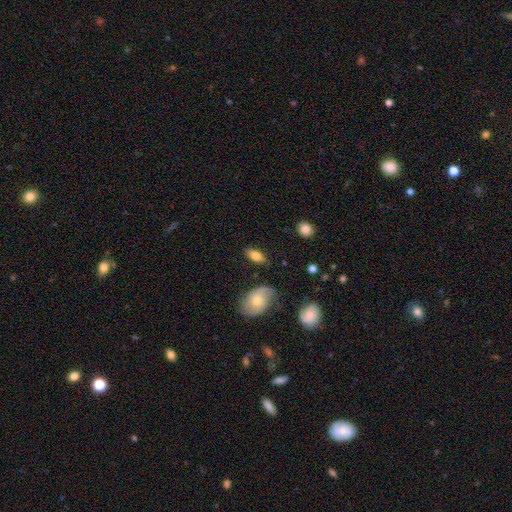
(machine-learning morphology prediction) This appears to be a smooth galaxy with no disk features (71%) that is in between round and cigar-shaped (85%). Merging: none (82%).